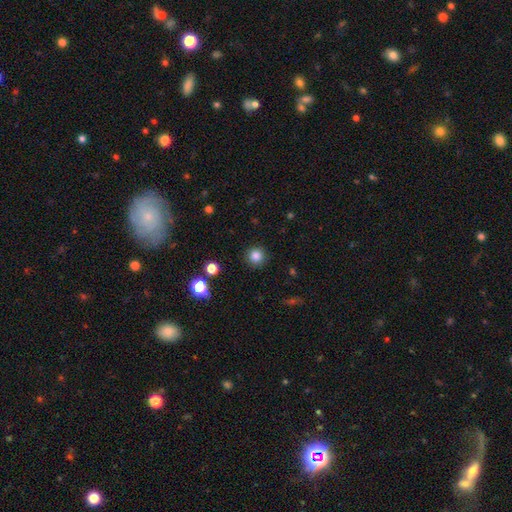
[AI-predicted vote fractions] Q: Smooth or featured?
A: smooth (84%); runner-up: star or artifact (12%)
Q: How rounded?
A: round (95%); runner-up: in between (4%)
Q: Merging?
A: none (91%); runner-up: minor disturbance (5%)